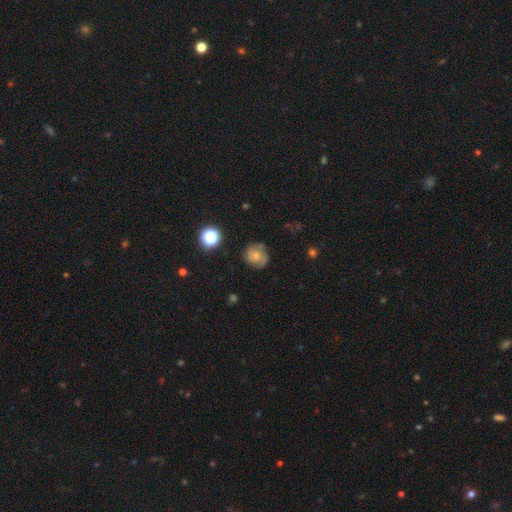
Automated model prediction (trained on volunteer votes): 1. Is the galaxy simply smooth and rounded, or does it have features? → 45% featured or disk, 43% smooth, 12% star or artifact.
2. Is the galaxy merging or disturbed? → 73% none, 19% minor disturbance, 6% major disturbance, 2% merger.